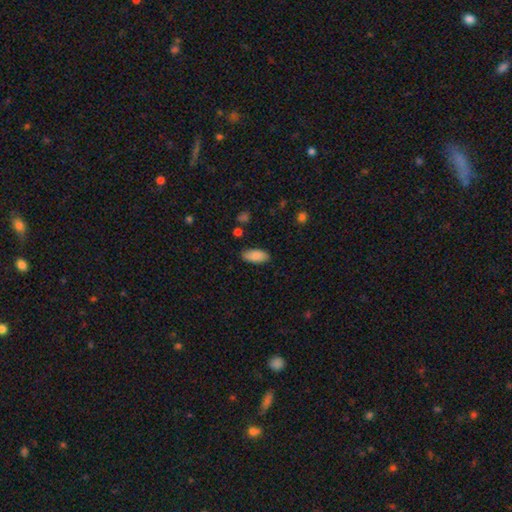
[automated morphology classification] Overall: smooth (88%). How rounded: in between (90%). Merging: none (84%).